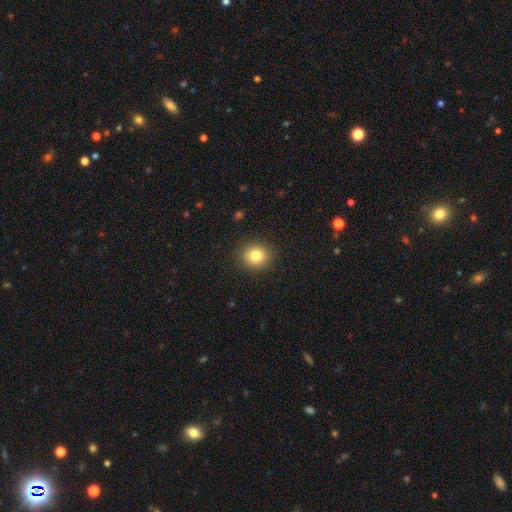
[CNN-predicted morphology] smooth_or_featured: smooth (p=0.82) [alt: star or artifact p=0.11]
how_rounded: round (p=0.84) [alt: in between p=0.15]
merging: none (p=0.91) [alt: minor disturbance p=0.06]